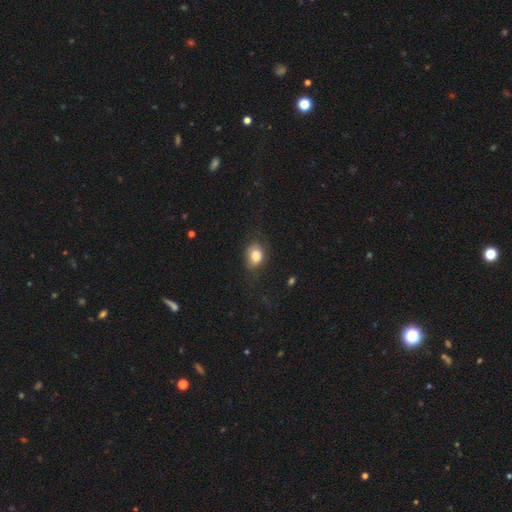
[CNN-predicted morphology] smooth-or-featured: smooth: 81% | featured or disk: 10% | star or artifact: 9%
  how-rounded: in between: 67% | round: 32% | cigar-shaped: 1%
  merging: none: 62% | minor disturbance: 24% | major disturbance: 13% | merger: 2%